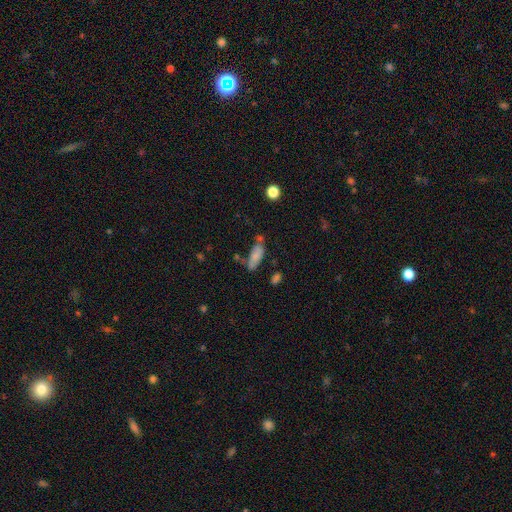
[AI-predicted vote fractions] A smooth galaxy with no disk features (80%) that is in between round and cigar-shaped (67%).

Vote fractions:
- Smooth or featured? smooth: 80% / featured or disk: 12% / star or artifact: 8%
- How rounded? in between: 67% / cigar-shaped: 30% / round: 2%
- Merging? none: 57% / minor disturbance: 22% / merger: 14% / major disturbance: 7%